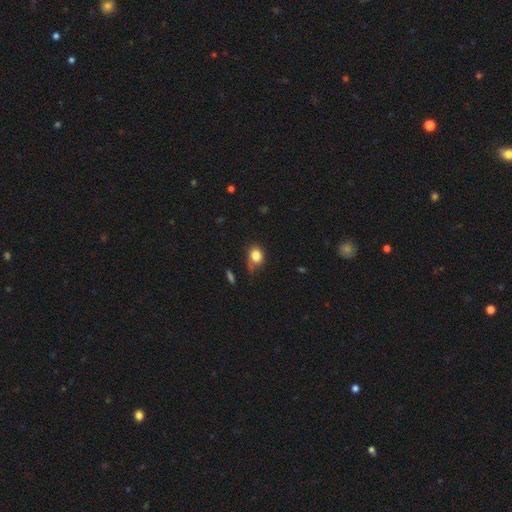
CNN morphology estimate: The model was most divided on "how rounded": round: 53%, in between: 45%, cigar-shaped: 1%. More confident: smooth or featured — smooth (83%); merging — none (57%).